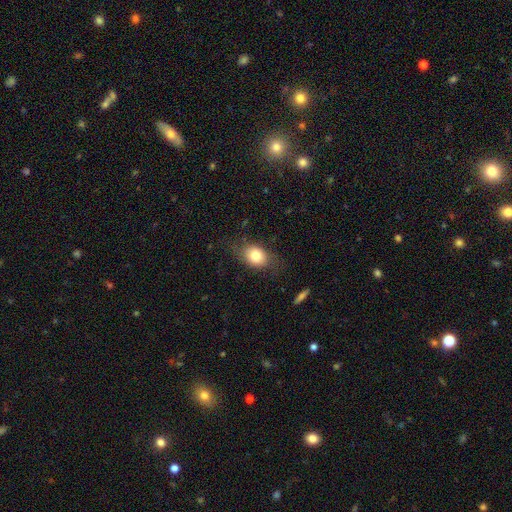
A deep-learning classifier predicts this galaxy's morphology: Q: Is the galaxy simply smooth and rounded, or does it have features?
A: smooth — 78%.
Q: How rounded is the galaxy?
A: in between — 62%.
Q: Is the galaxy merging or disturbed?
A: none — 72%.